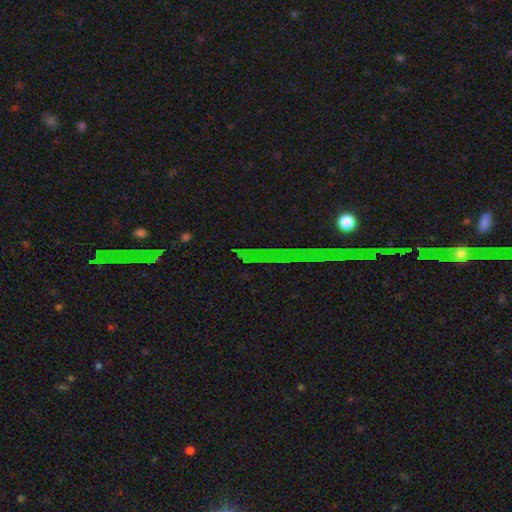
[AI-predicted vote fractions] Smooth or featured? star or artifact (78%)